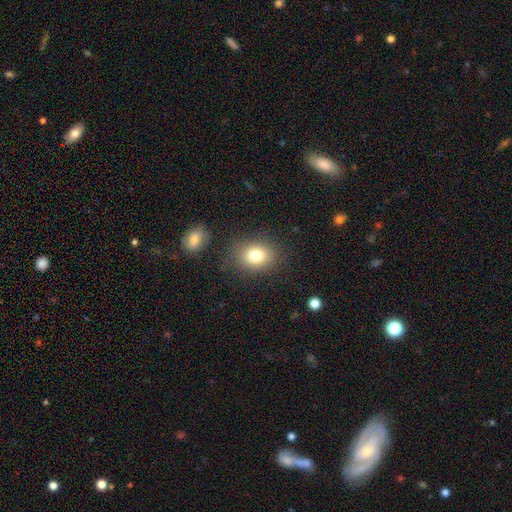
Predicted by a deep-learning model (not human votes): Smooth or featured?
  - smooth: 79% *
  - star or artifact: 11%
  - featured or disk: 10%
How rounded?
  - in between: 54% *
  - round: 45%
  - cigar-shaped: 1%
Merging?
  - none: 81% *
  - minor disturbance: 11%
  - major disturbance: 4%
  - merger: 3%